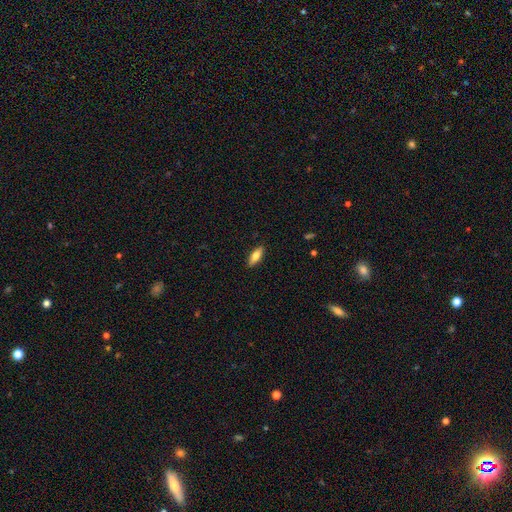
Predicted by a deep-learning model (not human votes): Smooth or featured?
  - smooth: 68% *
  - featured or disk: 25%
  - star or artifact: 6%
How rounded?
  - in between: 61% *
  - cigar-shaped: 36%
  - round: 2%
Merging?
  - none: 89% *
  - minor disturbance: 8%
  - major disturbance: 2%
  - merger: 1%